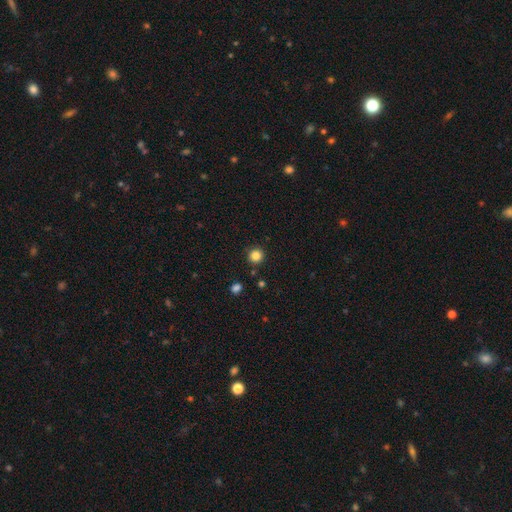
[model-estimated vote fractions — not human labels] A smooth galaxy with no disk features (84%) that is round (94%).

Vote fractions:
- Smooth or featured? smooth: 84% / star or artifact: 12% / featured or disk: 5%
- How rounded? round: 94% / in between: 5% / cigar-shaped: 1%
- Merging? none: 90% / minor disturbance: 6% / merger: 2% / major disturbance: 2%